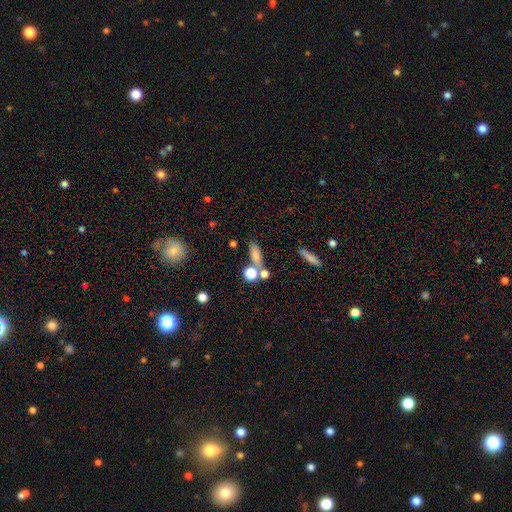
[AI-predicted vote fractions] Smooth or featured: smooth — 75% (star or artifact — 13%)
How rounded: in between — 54% (cigar-shaped — 33%)
Merging: none — 56% (merger — 25%)